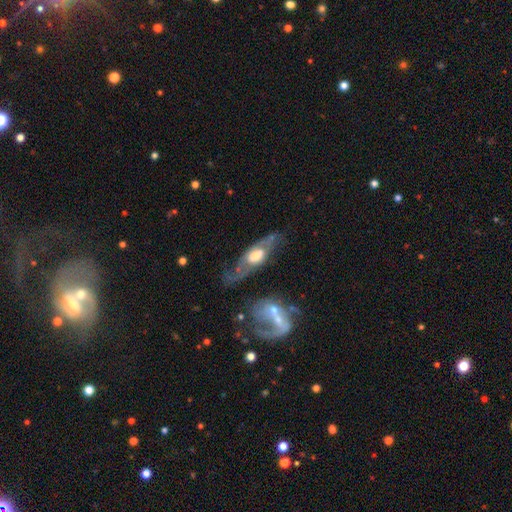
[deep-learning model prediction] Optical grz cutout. It shows a featured or disk galaxy (72%). Merging: none (57%).